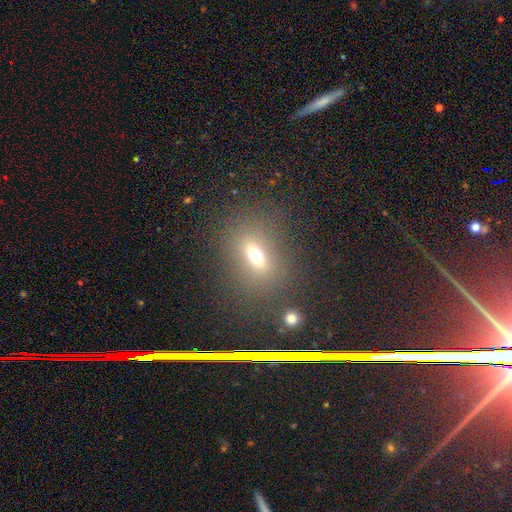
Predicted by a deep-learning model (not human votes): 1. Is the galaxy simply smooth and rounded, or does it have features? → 63% smooth, 19% star or artifact, 18% featured or disk.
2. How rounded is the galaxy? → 67% in between, 25% round, 8% cigar-shaped.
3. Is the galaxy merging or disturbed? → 76% none, 10% minor disturbance, 7% merger, 7% major disturbance.